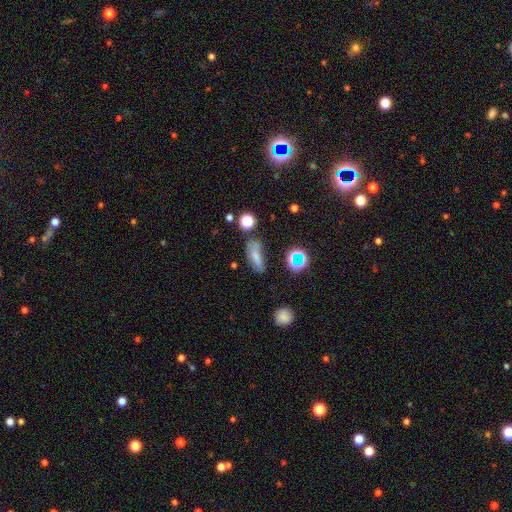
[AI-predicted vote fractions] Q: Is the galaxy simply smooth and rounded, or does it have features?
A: smooth — 66%.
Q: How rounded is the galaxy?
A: in between — 59%.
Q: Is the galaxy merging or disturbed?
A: none — 56%.